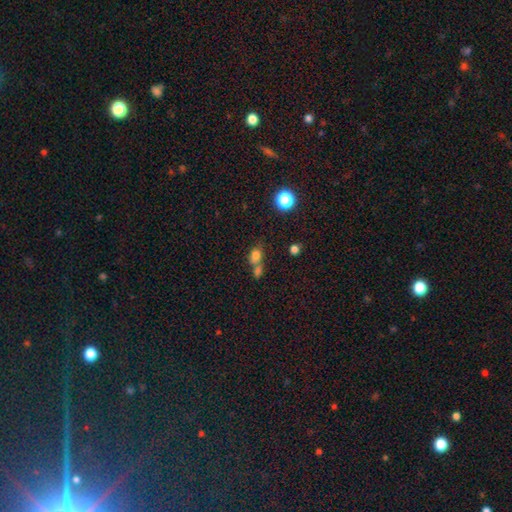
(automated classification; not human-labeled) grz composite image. It shows a smooth galaxy with no disk features (75%) that is in between round and cigar-shaped (49%). Merging: merger (52%).